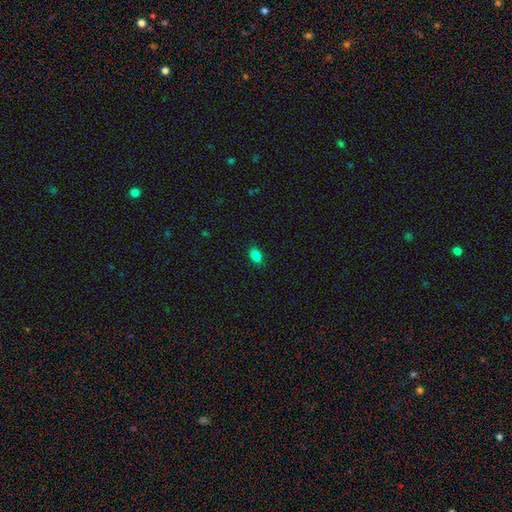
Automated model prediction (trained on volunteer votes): Morphology: type=smooth (84%); roundness=in between (83%); merging=none (87%).